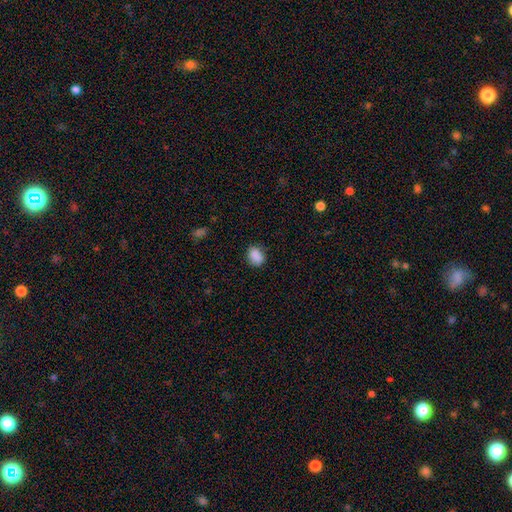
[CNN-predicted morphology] The model was most divided on "how rounded": in between: 58%, round: 41%, cigar-shaped: 1%. More confident: smooth or featured — smooth (87%); merging — none (79%).